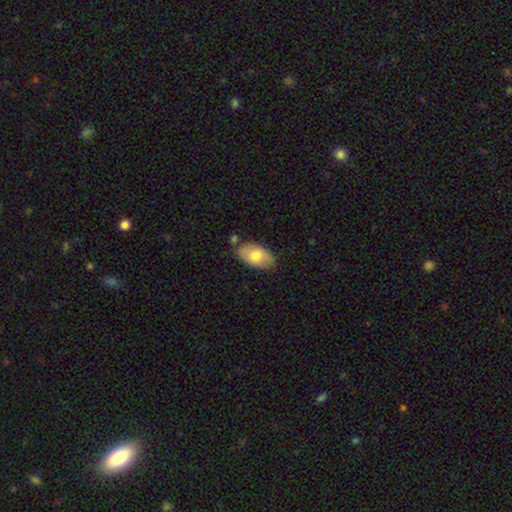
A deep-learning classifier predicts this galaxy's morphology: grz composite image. It shows a smooth galaxy with no disk features (76%) that is in between round and cigar-shaped (94%). Merging: none (75%).